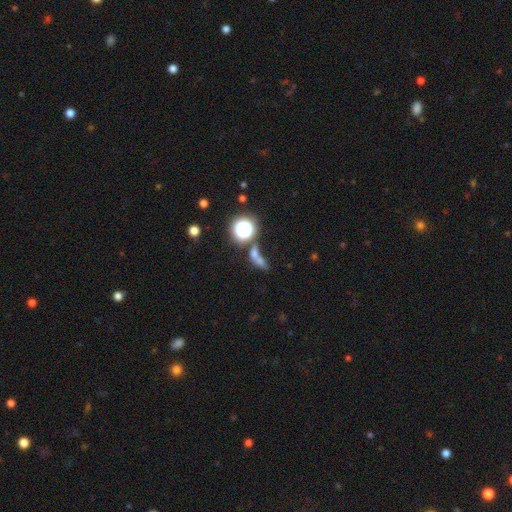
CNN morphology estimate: Overall: smooth (53%; star or artifact 30%). How rounded: in between (44%; round 39%). Merging: merger (41%; none 36%).